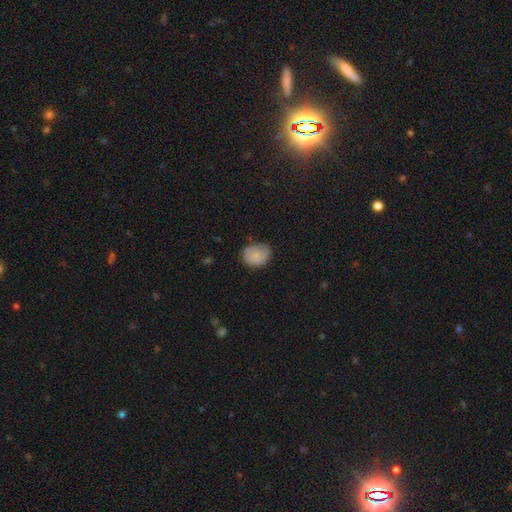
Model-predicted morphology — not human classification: Smooth or featured? smooth (80%)
How rounded? round (53%)
Merging? none (60%)